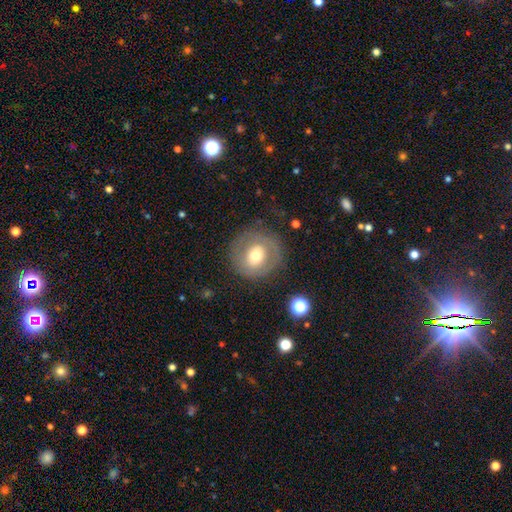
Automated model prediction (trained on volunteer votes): Smooth or featured? Predicted: smooth (p=0.53). How rounded? Predicted: round (p=0.90). Merging? Predicted: none (p=0.75).